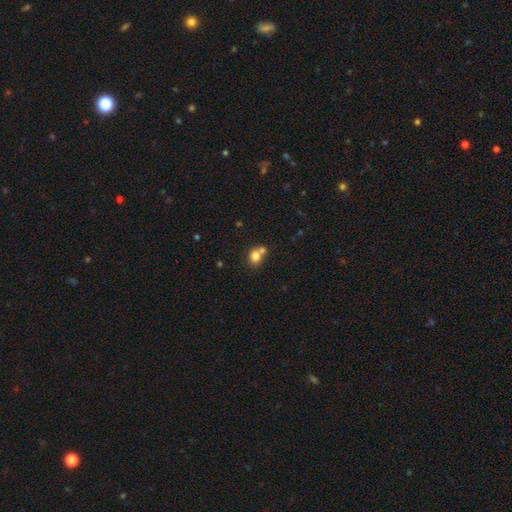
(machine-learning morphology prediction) Smooth or featured: smooth — 78% (star or artifact — 11%)
How rounded: round — 69% (in between — 30%)
Merging: merger — 46% (none — 42%)